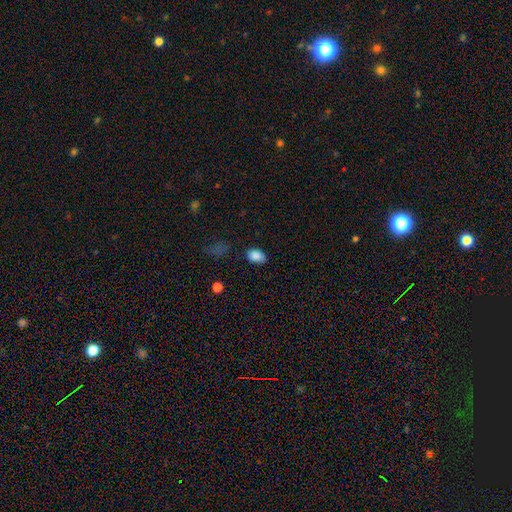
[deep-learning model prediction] This is clearly a smooth galaxy (87%). How rounded: clearly in between (84%). Merging: likely none (78%).